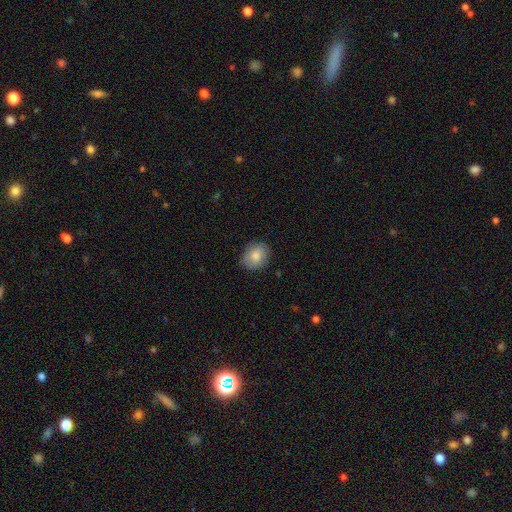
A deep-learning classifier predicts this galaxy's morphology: This appears to be a smooth galaxy with no disk features (83%) that is round (55%). Merging: none (82%).